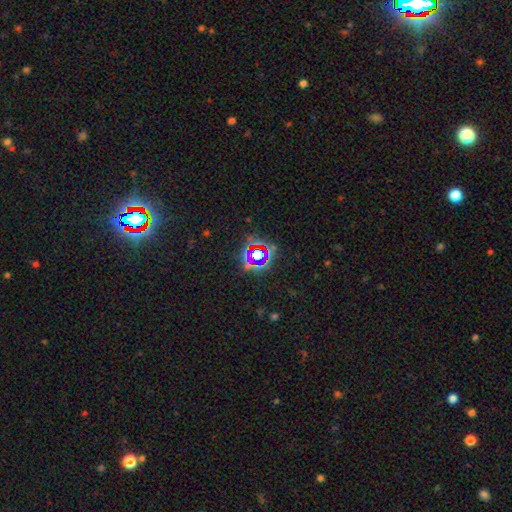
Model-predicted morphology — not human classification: smooth_or_featured: star or artifact (p=0.71) [alt: smooth p=0.17]